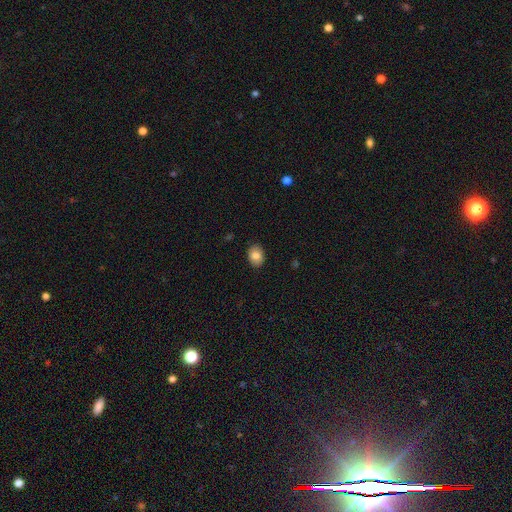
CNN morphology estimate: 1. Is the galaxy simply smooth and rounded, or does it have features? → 83% smooth, 9% featured or disk, 8% star or artifact.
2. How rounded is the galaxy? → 69% in between, 30% round, 1% cigar-shaped.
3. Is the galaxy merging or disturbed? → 89% none, 8% minor disturbance, 2% major disturbance, 1% merger.